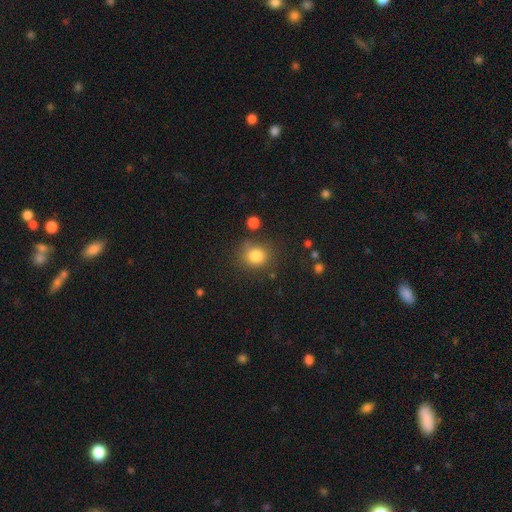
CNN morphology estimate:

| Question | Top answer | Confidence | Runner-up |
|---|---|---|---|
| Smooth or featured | smooth | 83% | star or artifact (11%) |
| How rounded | round | 80% | in between (19%) |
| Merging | none | 76% | minor disturbance (14%) |